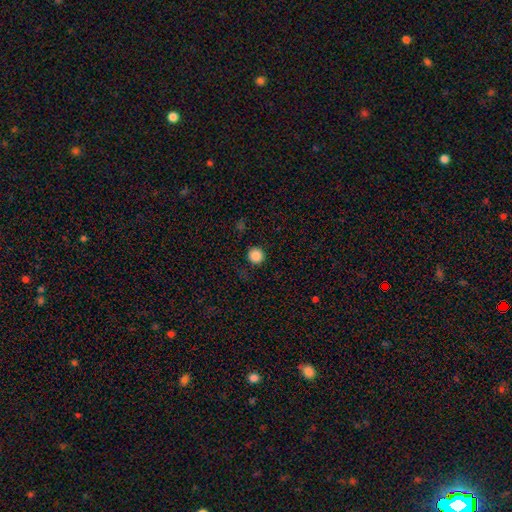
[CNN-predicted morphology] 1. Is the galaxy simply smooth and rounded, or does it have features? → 86% smooth, 11% star or artifact, 3% featured or disk.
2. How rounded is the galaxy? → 95% round, 4% in between, 1% cigar-shaped.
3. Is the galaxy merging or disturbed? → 90% none, 6% minor disturbance, 2% major disturbance, 1% merger.